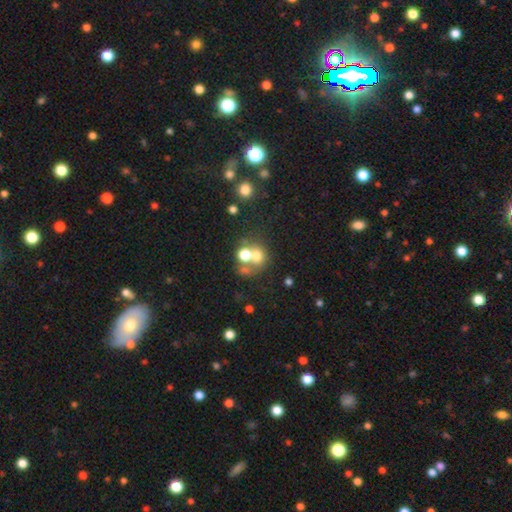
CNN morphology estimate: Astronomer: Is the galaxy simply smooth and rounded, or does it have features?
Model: smooth — 65%.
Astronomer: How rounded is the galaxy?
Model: round — 76%.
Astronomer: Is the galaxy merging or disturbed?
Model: merger — 46% (runner-up: none, 39%).